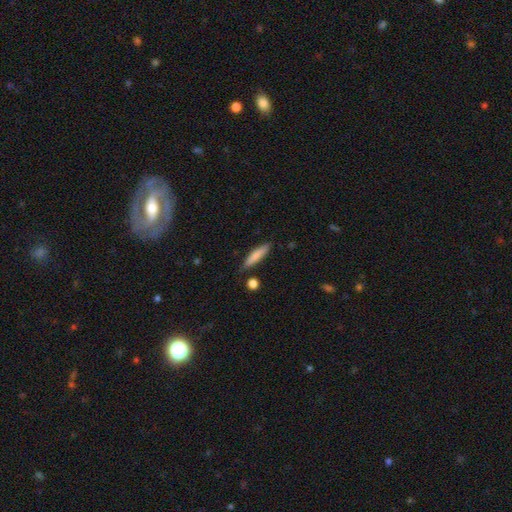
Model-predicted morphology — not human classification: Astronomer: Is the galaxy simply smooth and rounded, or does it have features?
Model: smooth — 79%.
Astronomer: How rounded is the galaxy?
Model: cigar-shaped — 82%.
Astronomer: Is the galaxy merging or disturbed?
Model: none — 81%.